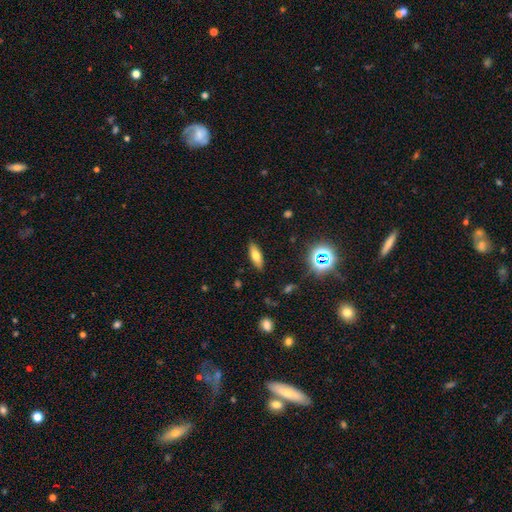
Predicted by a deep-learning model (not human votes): Smooth or featured?
  - smooth: 66% *
  - featured or disk: 22%
  - star or artifact: 12%
How rounded?
  - in between: 59% *
  - cigar-shaped: 38%
  - round: 3%
Merging?
  - none: 88% *
  - minor disturbance: 9%
  - major disturbance: 2%
  - merger: 1%